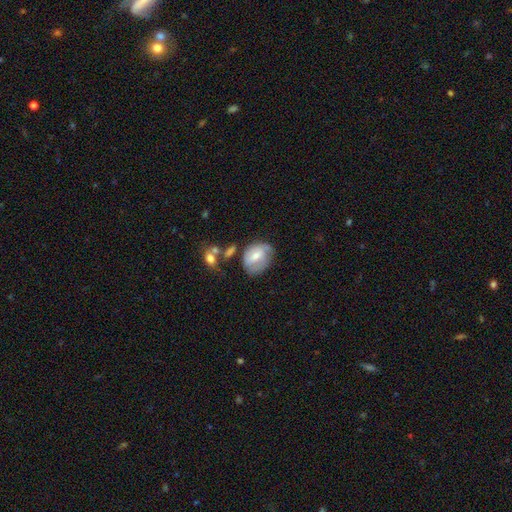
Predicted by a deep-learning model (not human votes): smooth-or-featured: featured or disk: 47% | smooth: 46% | star or artifact: 7%
  merging: none: 48% | minor disturbance: 30% | major disturbance: 14% | merger: 7%